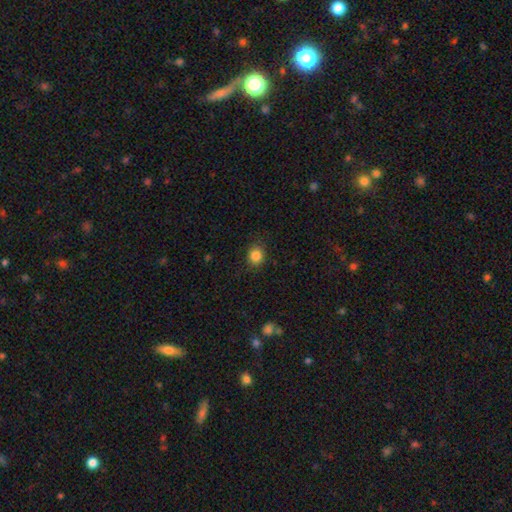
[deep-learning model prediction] Morphology: type=smooth (85%); roundness=round (76%); merging=none (86%).